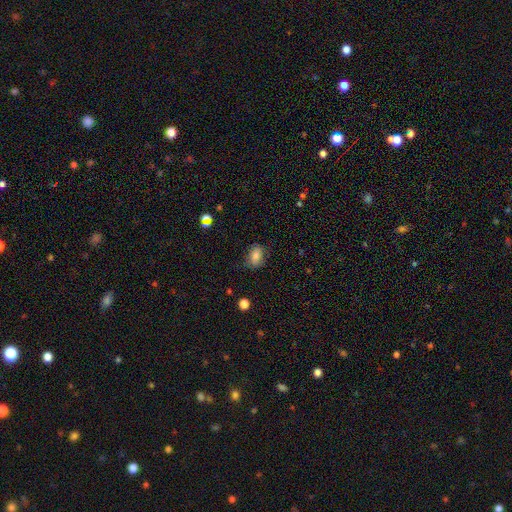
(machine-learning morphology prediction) Smooth or featured: smooth — 79% (featured or disk — 12%)
How rounded: in between — 82% (round — 16%)
Merging: none — 74% (minor disturbance — 19%)